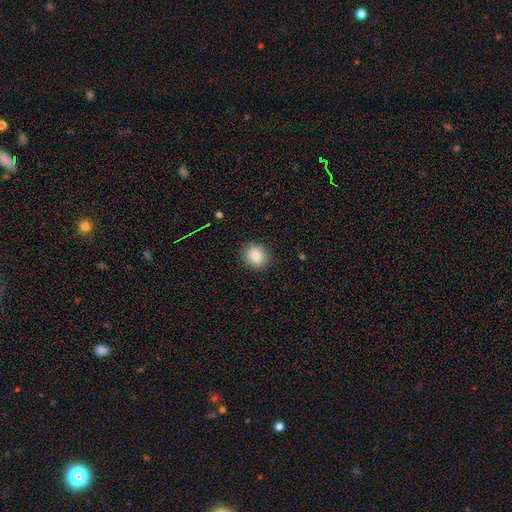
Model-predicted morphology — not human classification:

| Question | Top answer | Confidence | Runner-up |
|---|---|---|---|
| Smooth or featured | smooth | 85% | star or artifact (9%) |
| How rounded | round | 63% | in between (36%) |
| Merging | none | 89% | minor disturbance (8%) |